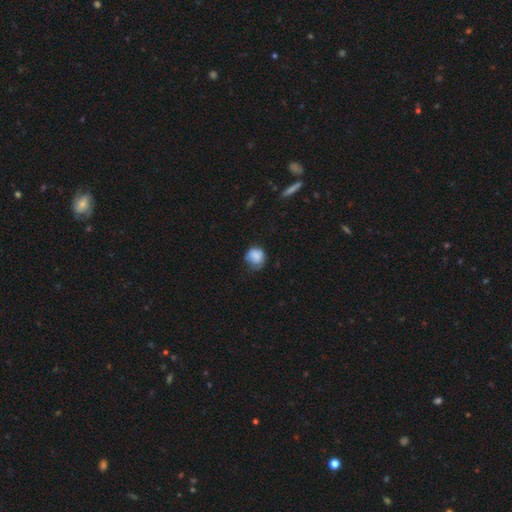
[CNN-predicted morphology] Smooth or featured: smooth — 83% (featured or disk — 9%)
How rounded: round — 80% (in between — 19%)
Merging: none — 52% (minor disturbance — 35%)